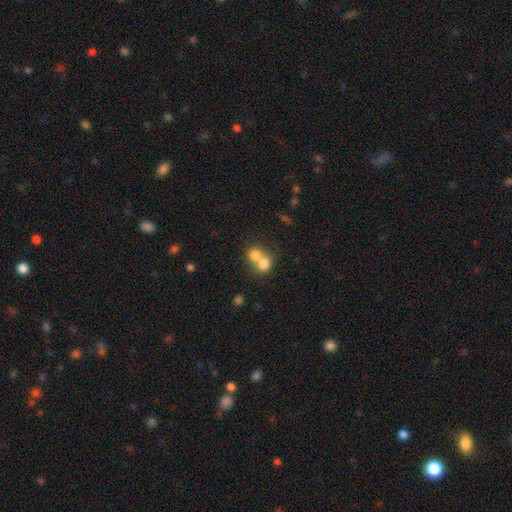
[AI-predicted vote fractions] Smooth or featured: smooth — 75% (featured or disk — 15%)
How rounded: round — 73% (in between — 26%)
Merging: merger — 67% (none — 25%)